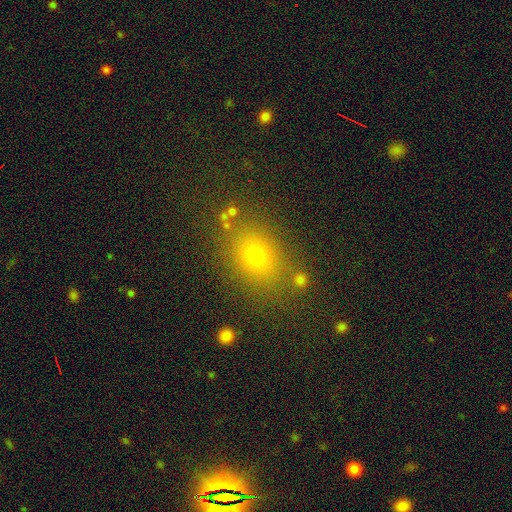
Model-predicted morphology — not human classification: smooth 69%, star or artifact 20%, featured or disk 11%. Down the decision tree: how rounded — in between (56%); merging — none (79%).